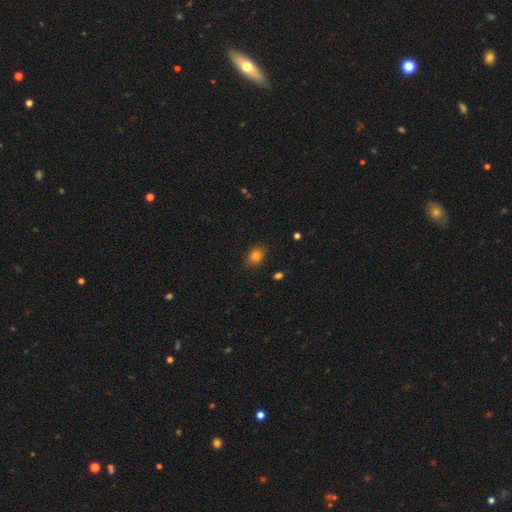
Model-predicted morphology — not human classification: A smooth galaxy with no disk features (81%) that is in between round and cigar-shaped (67%).

Vote fractions:
- Smooth or featured? smooth: 81% / star or artifact: 12% / featured or disk: 6%
- How rounded? in between: 67% / round: 31% / cigar-shaped: 1%
- Merging? none: 83% / minor disturbance: 13% / major disturbance: 3% / merger: 1%